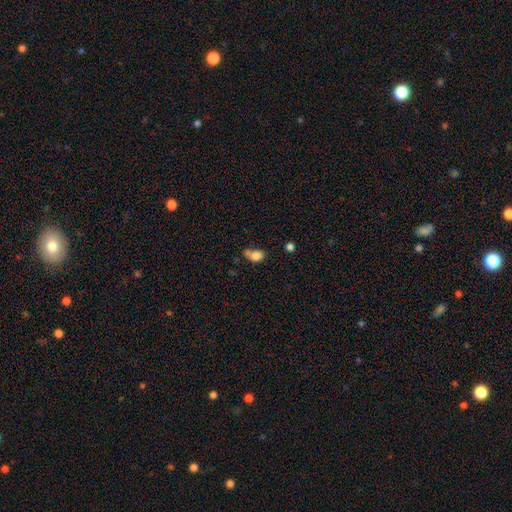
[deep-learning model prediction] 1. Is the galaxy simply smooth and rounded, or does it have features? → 81% smooth, 10% star or artifact, 9% featured or disk.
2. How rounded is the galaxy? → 64% in between, 35% round, 1% cigar-shaped.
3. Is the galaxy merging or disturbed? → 40% none, 28% merger, 21% minor disturbance, 11% major disturbance.